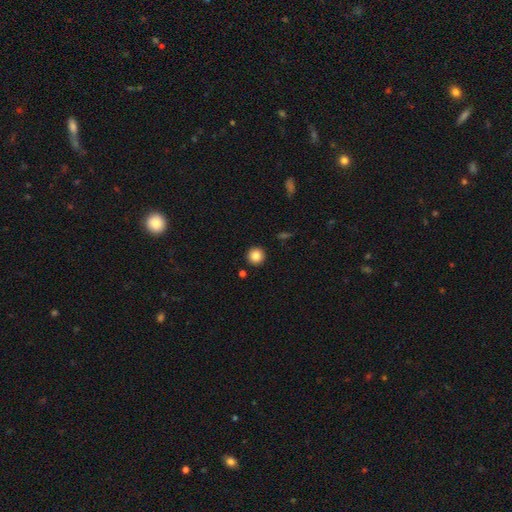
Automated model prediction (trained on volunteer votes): Q: Smooth or featured?
A: smooth (85%); runner-up: star or artifact (10%)
Q: How rounded?
A: round (95%); runner-up: in between (4%)
Q: Merging?
A: none (92%); runner-up: minor disturbance (5%)